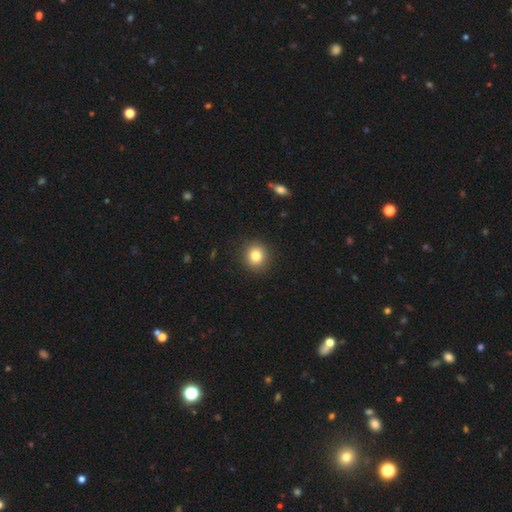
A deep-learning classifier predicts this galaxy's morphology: Smooth or featured? smooth (83%)
How rounded? round (88%)
Merging? none (91%)